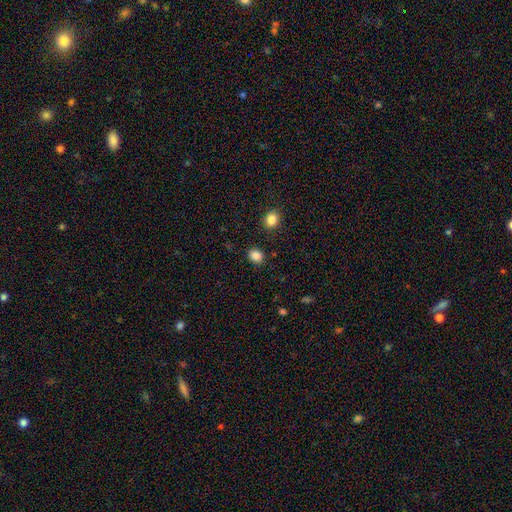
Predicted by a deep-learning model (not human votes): A smooth galaxy with no disk features (86%) that is round (54%).

Vote fractions:
- Smooth or featured? smooth: 86% / star or artifact: 10% / featured or disk: 4%
- How rounded? round: 54% / in between: 45% / cigar-shaped: 1%
- Merging? none: 87% / minor disturbance: 8% / merger: 2% / major disturbance: 2%